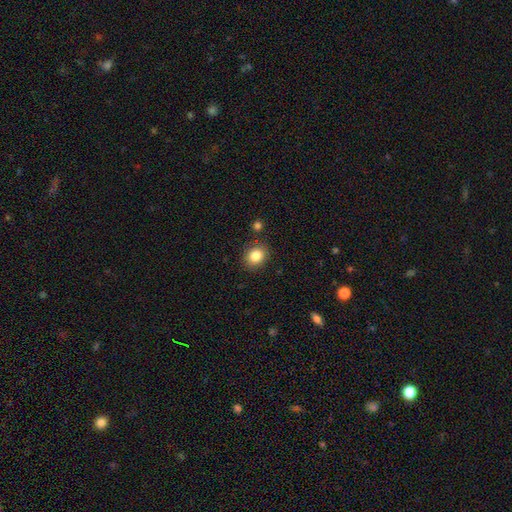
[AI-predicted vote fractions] Smooth or featured?
  - smooth: 84% *
  - star or artifact: 10%
  - featured or disk: 6%
How rounded?
  - round: 61% *
  - in between: 38%
  - cigar-shaped: 1%
Merging?
  - none: 86% *
  - minor disturbance: 9%
  - merger: 3%
  - major disturbance: 2%